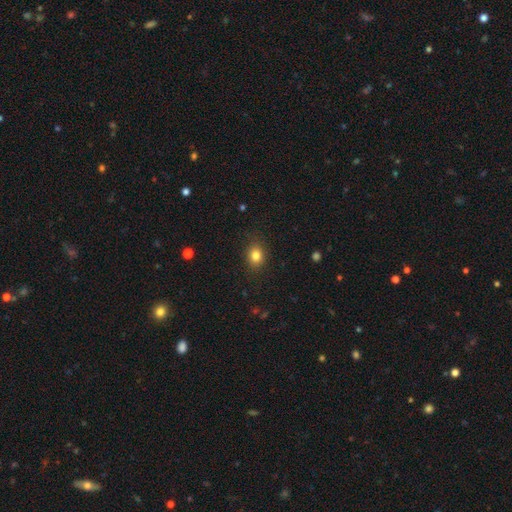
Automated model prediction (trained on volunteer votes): smooth_or_featured: smooth (p=0.83) [alt: star or artifact p=0.11]
how_rounded: in between (p=0.52) [alt: round p=0.47]
merging: none (p=0.87) [alt: minor disturbance p=0.10]